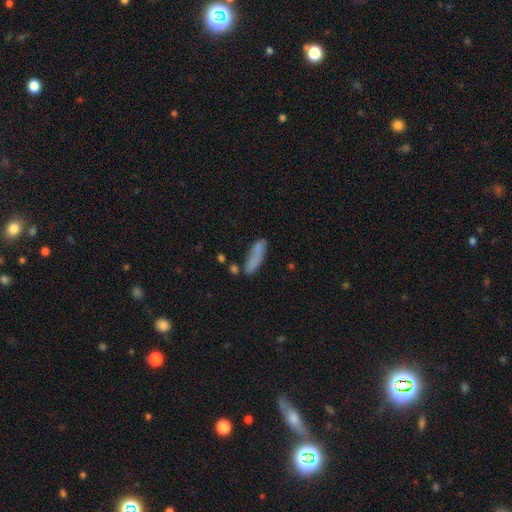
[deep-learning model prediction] Smooth or featured? Predicted: smooth (p=0.78). How rounded? Predicted: cigar-shaped (p=0.65). Merging? Predicted: none (p=0.67).